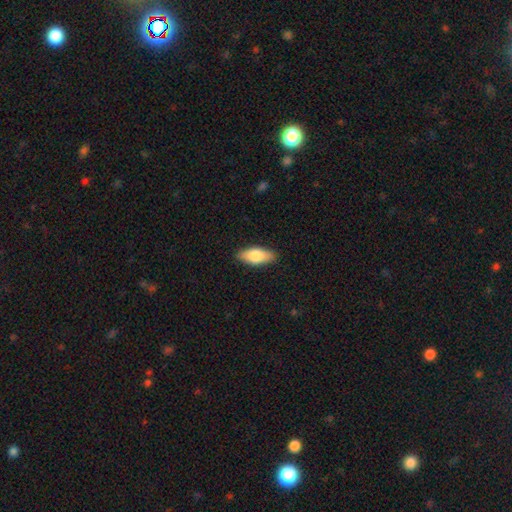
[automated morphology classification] A smooth galaxy with no disk features (78%) that is in between round and cigar-shaped (83%).

Vote fractions:
- Smooth or featured? smooth: 78% / featured or disk: 16% / star or artifact: 6%
- How rounded? in between: 83% / cigar-shaped: 15% / round: 3%
- Merging? none: 88% / minor disturbance: 9% / major disturbance: 2% / merger: 1%